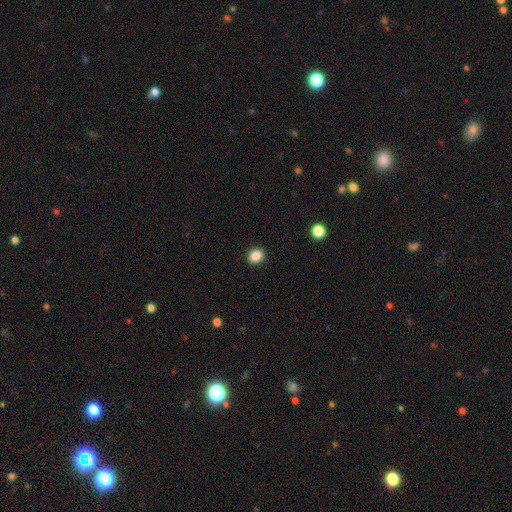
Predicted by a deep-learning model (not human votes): Smooth or featured: smooth — 87% (star or artifact — 10%)
How rounded: round — 72% (in between — 27%)
Merging: none — 92% (minor disturbance — 5%)